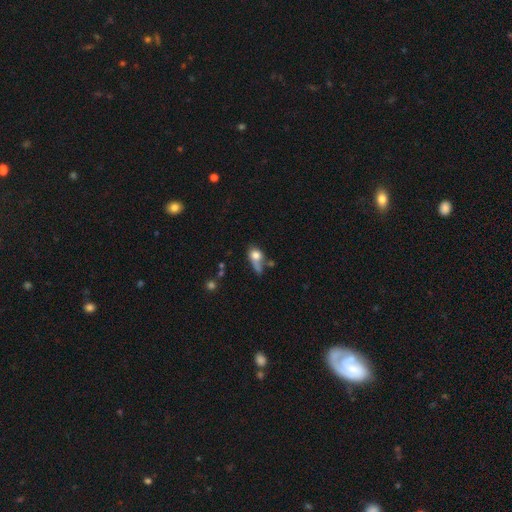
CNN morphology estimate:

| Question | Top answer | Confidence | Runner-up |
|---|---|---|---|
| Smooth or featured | smooth | 71% | featured or disk (19%) |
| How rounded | in between | 52% | round (41%) |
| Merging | none | 27% | merger (26%) |